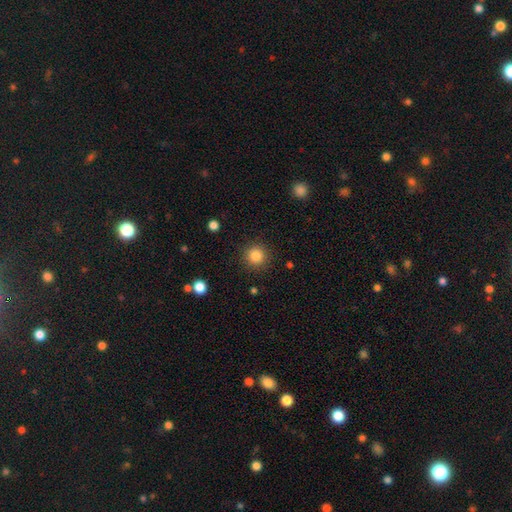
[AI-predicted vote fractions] Smooth or featured: smooth — 85% (star or artifact — 11%)
How rounded: round — 94% (in between — 5%)
Merging: none — 90% (minor disturbance — 6%)